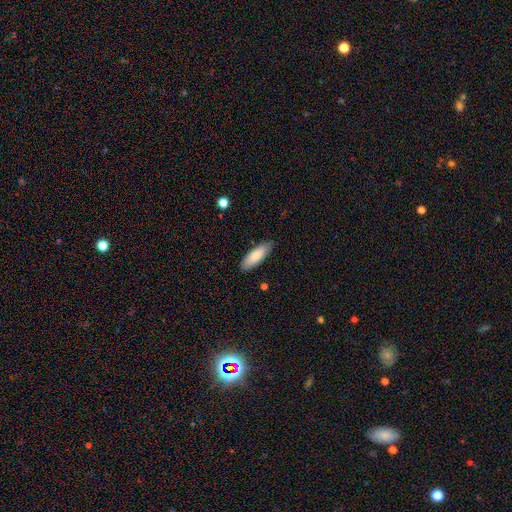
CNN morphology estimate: This appears to be a smooth galaxy with no disk features (81%) that is in between round and cigar-shaped (63%). Merging: none (83%).